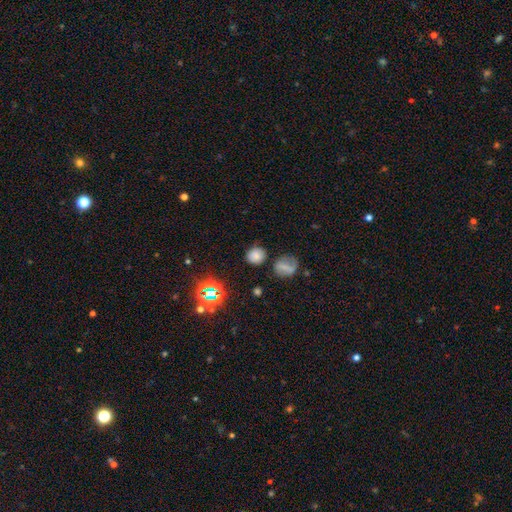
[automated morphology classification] Q: Smooth or featured?
A: smooth (72%); runner-up: star or artifact (19%)
Q: How rounded?
A: round (83%); runner-up: in between (16%)
Q: Merging?
A: none (81%); runner-up: minor disturbance (11%)